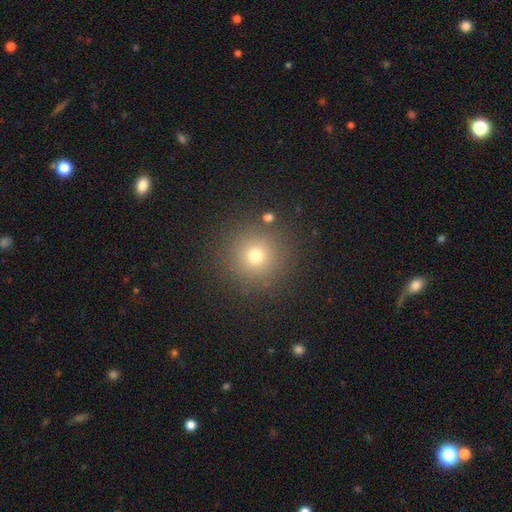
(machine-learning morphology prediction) Smooth or featured?
  - smooth: 70% *
  - star or artifact: 20%
  - featured or disk: 10%
How rounded?
  - round: 95% *
  - in between: 4%
  - cigar-shaped: 1%
Merging?
  - none: 87% *
  - minor disturbance: 7%
  - major disturbance: 3%
  - merger: 2%